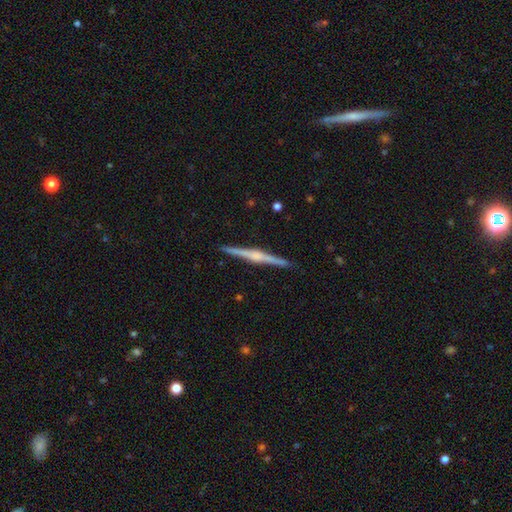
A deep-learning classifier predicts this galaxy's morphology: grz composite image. It shows a featured or disk galaxy (84%) viewed edge-on (99%) with a rounded central bulge (74%). Merging: none (92%).